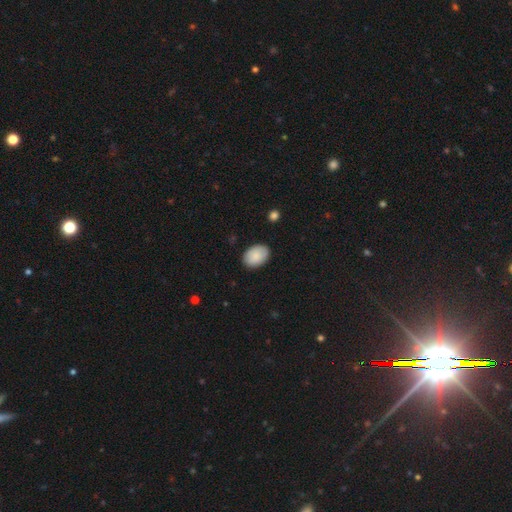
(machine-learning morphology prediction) Smooth or featured: smooth — 89% (star or artifact — 6%)
How rounded: in between — 86% (round — 13%)
Merging: none — 87% (minor disturbance — 10%)